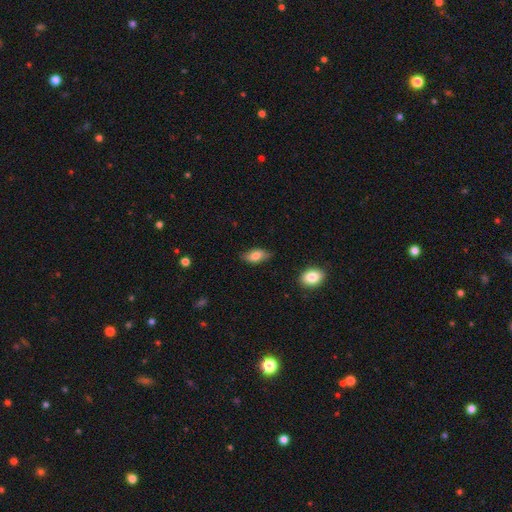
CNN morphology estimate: The model was most divided on "merging": none: 76%, minor disturbance: 19%, major disturbance: 3%, merger: 1%. More confident: how rounded — in between (88%); smooth or featured — smooth (79%).